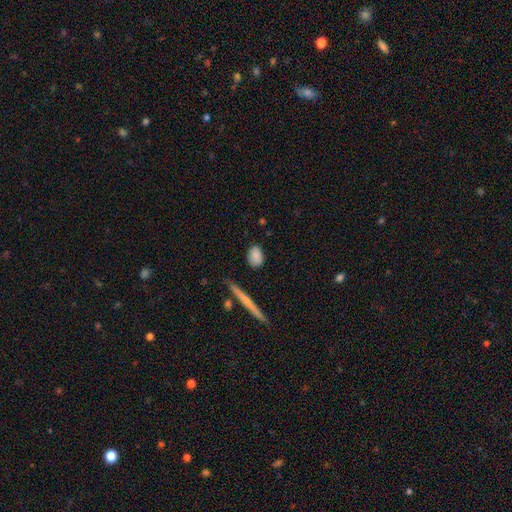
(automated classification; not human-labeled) Smooth or featured?
  - smooth: 85% *
  - featured or disk: 8%
  - star or artifact: 7%
How rounded?
  - in between: 75% *
  - round: 19%
  - cigar-shaped: 6%
Merging?
  - none: 82% *
  - minor disturbance: 13%
  - major disturbance: 3%
  - merger: 2%